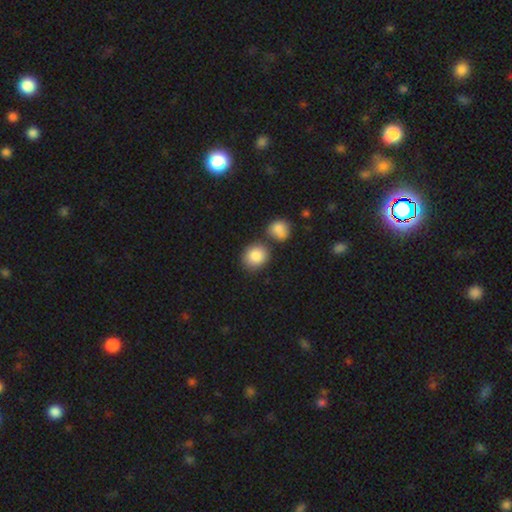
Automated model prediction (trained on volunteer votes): smooth-or-featured: smooth: 87% | star or artifact: 8% | featured or disk: 6%
  how-rounded: round: 75% | in between: 24% | cigar-shaped: 1%
  merging: none: 68% | merger: 18% | minor disturbance: 10% | major disturbance: 3%